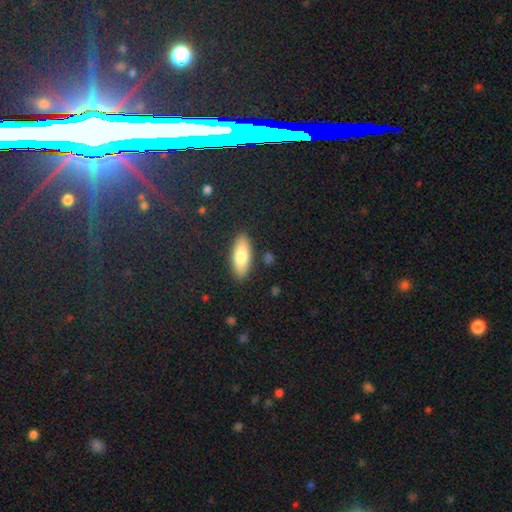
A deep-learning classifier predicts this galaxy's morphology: Overall: smooth (46%; star or artifact 29%). Merging: none (85%).